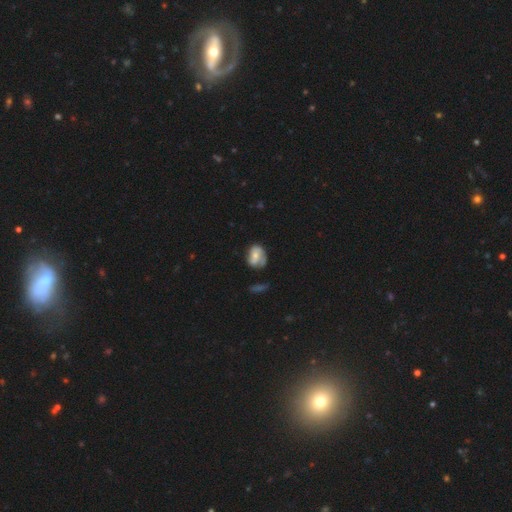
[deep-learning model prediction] smooth_or_featured: smooth (p=0.47) [alt: featured or disk p=0.45]
merging: none (p=0.44) [alt: minor disturbance p=0.33]